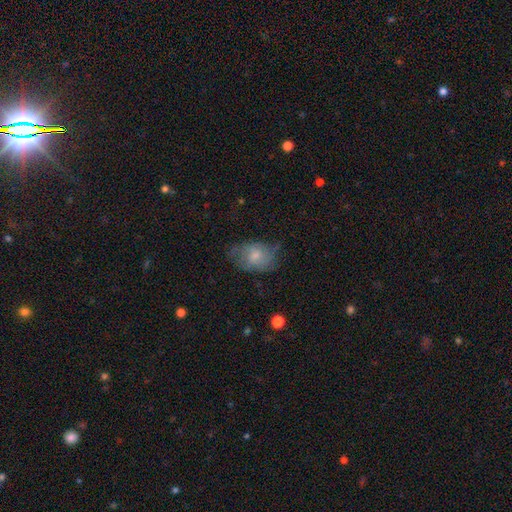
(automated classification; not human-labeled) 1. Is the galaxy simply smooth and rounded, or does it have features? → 52% smooth, 41% featured or disk, 8% star or artifact.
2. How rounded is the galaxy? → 78% in between, 20% round, 2% cigar-shaped.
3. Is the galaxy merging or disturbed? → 54% none, 30% minor disturbance, 15% major disturbance, 2% merger.